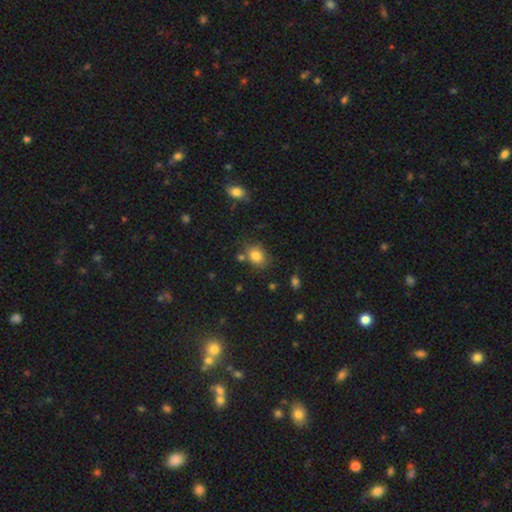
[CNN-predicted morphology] Smooth or featured: smooth — 81% (star or artifact — 10%)
How rounded: in between — 62% (round — 37%)
Merging: none — 71% (minor disturbance — 16%)